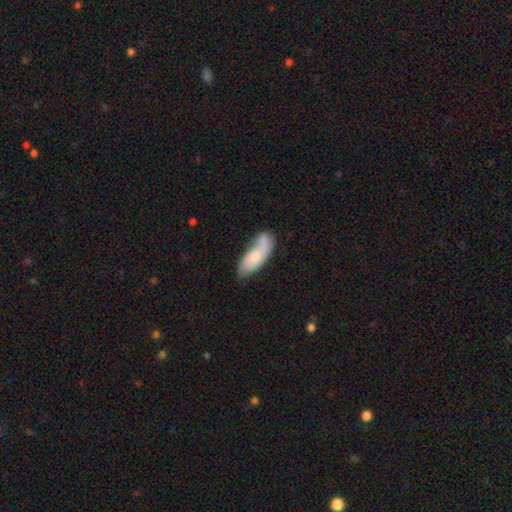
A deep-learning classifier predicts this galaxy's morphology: smooth-or-featured: smooth: 65% | featured or disk: 29% | star or artifact: 6%
  how-rounded: in between: 71% | cigar-shaped: 27% | round: 2%
  merging: none: 40% | merger: 26% | minor disturbance: 24% | major disturbance: 10%